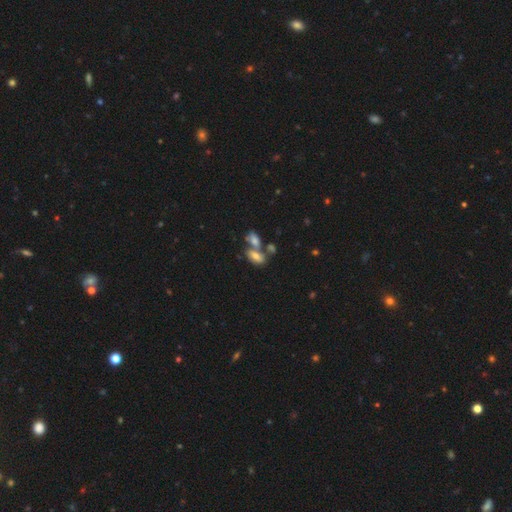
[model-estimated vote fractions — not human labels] A smooth galaxy with no disk features (69%) that is in between round and cigar-shaped (88%). Merging: merger (49%).